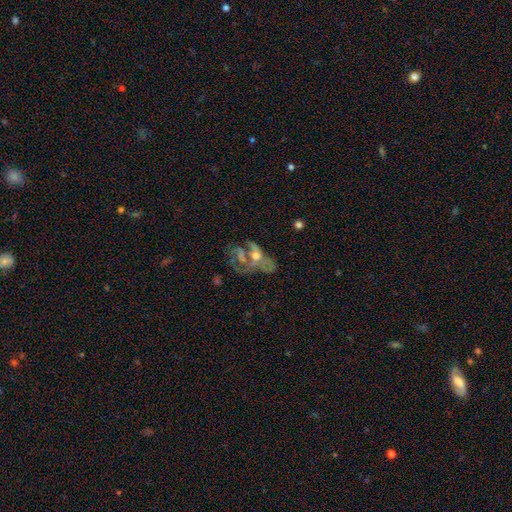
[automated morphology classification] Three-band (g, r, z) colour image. It shows a featured or disk galaxy (60%) with no bar (78%), no spiral arms (54%) and a moderate central bulge (58%). Merging: none (36%).